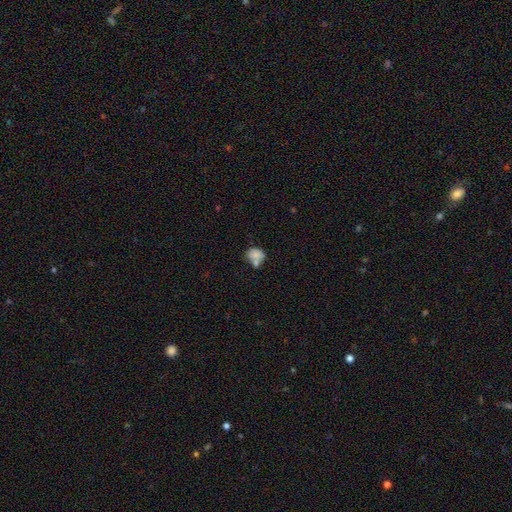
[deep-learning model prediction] Smooth or featured? smooth (75%)
How rounded? in between (53%)
Merging? merger (40%)